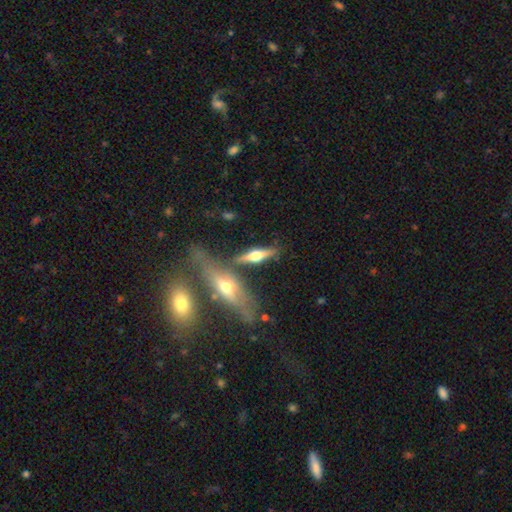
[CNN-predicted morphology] A featured or disk galaxy (66%) viewed edge-on (94%) with a rounded central bulge (95%).

Vote fractions:
- Smooth or featured? featured or disk: 66% / smooth: 28% / star or artifact: 6%
- Edge-on disk? yes: 94% / no: 6%
- Edge-on bulge? rounded: 95% / boxy: 3% / none: 2%
- Merging? none: 68% / merger: 15% / minor disturbance: 13% / major disturbance: 5%